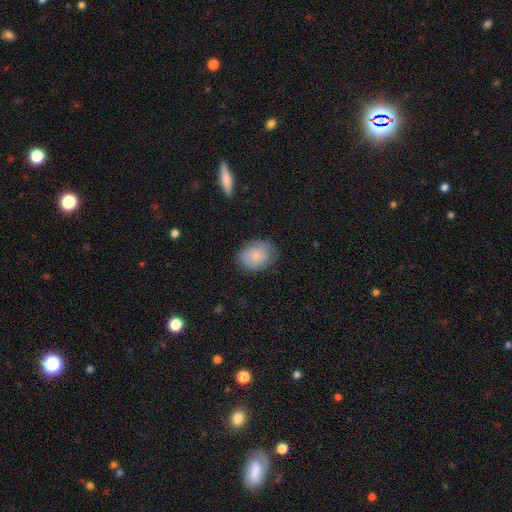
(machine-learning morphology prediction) Q: Smooth or featured?
A: smooth (78%); runner-up: featured or disk (15%)
Q: How rounded?
A: in between (69%); runner-up: round (30%)
Q: Merging?
A: none (76%); runner-up: minor disturbance (19%)